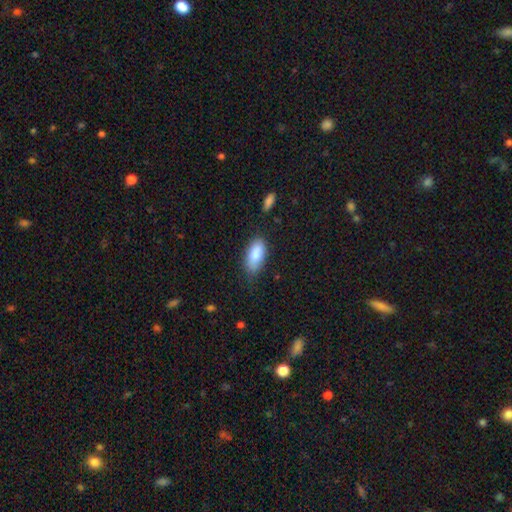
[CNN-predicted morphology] Q: Smooth or featured?
A: smooth (85%); runner-up: featured or disk (8%)
Q: How rounded?
A: in between (90%); runner-up: cigar-shaped (8%)
Q: Merging?
A: none (72%); runner-up: minor disturbance (21%)